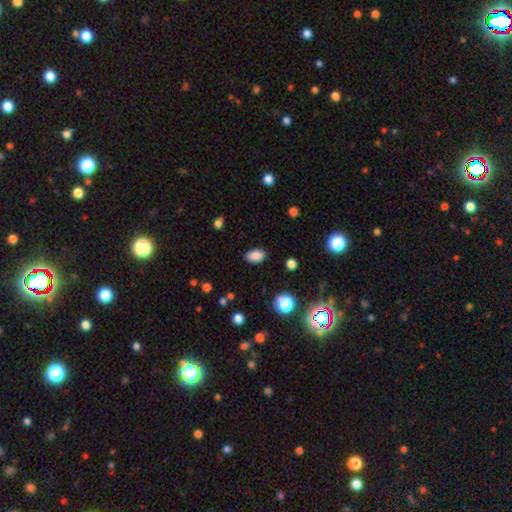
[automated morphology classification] Overall: smooth (86%). How rounded: in between (91%). Merging: none (86%).